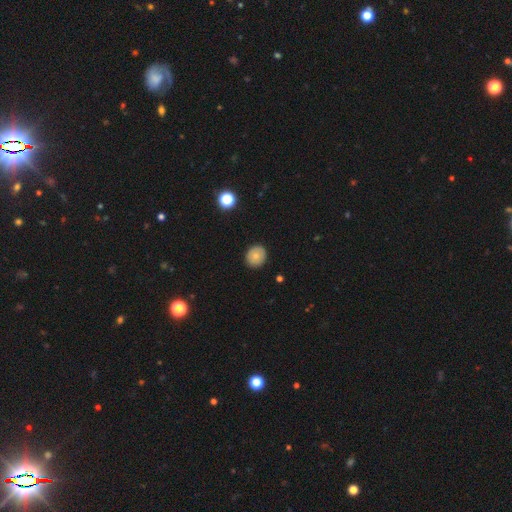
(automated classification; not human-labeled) The model was most divided on "smooth or featured": smooth: 73%, featured or disk: 18%, star or artifact: 9%. More confident: merging — none (89%); how rounded — round (83%).